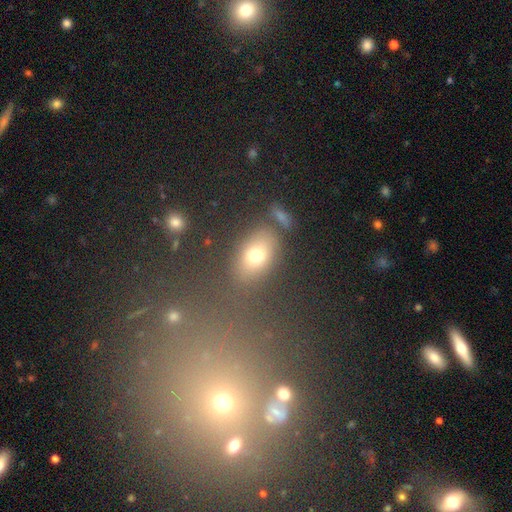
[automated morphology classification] This appears to be a smooth galaxy with no disk features (72%) that is in between round and cigar-shaped (74%). Merging: none (74%).